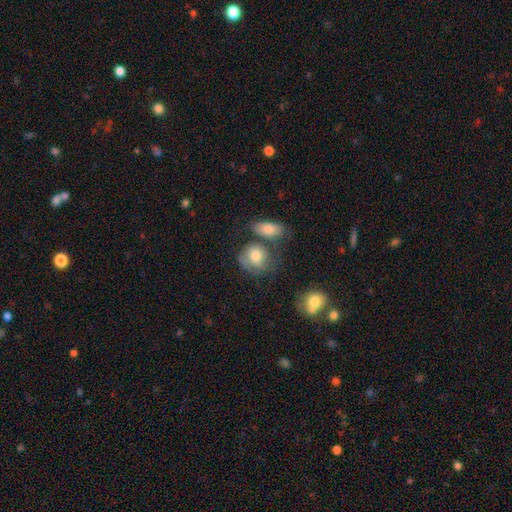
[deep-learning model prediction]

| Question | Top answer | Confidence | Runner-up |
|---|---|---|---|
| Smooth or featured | smooth | 61% | featured or disk (31%) |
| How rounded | round | 60% | in between (39%) |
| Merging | none | 41% | minor disturbance (23%) |